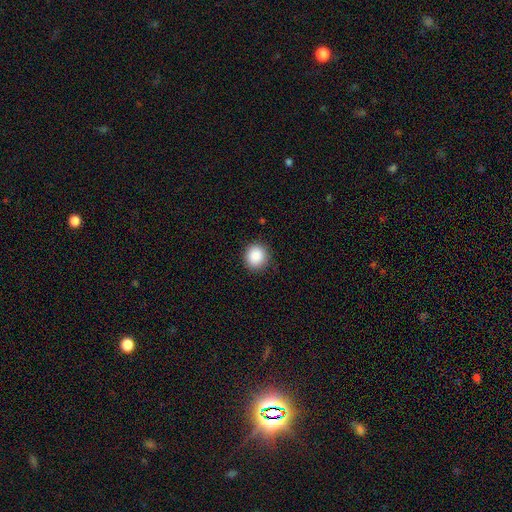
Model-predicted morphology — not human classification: A smooth galaxy with no disk features (88%) that is round (89%).

Vote fractions:
- Smooth or featured? smooth: 88% / star or artifact: 9% / featured or disk: 3%
- How rounded? round: 89% / in between: 10% / cigar-shaped: 1%
- Merging? none: 90% / minor disturbance: 7% / major disturbance: 2% / merger: 1%